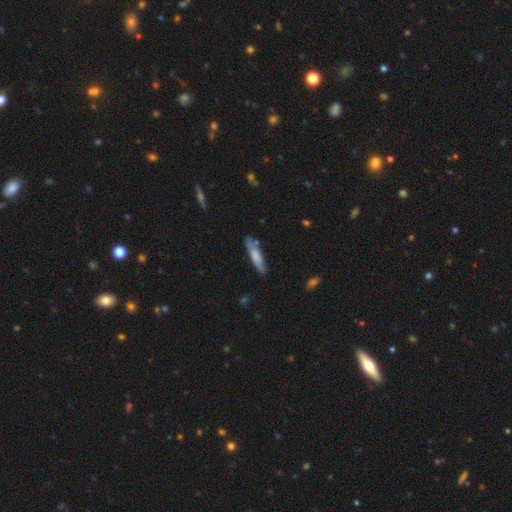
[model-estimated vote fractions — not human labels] Overall: smooth (70%). How rounded: cigar-shaped (82%). Merging: none (73%).